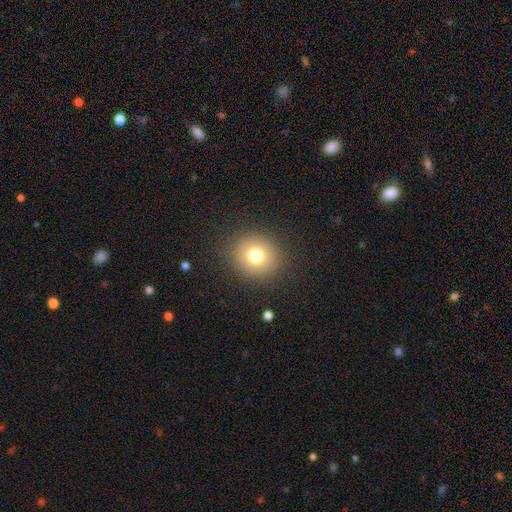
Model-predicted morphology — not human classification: This is likely a smooth galaxy (75%). How rounded: clearly round (86%). Merging: clearly none (88%).